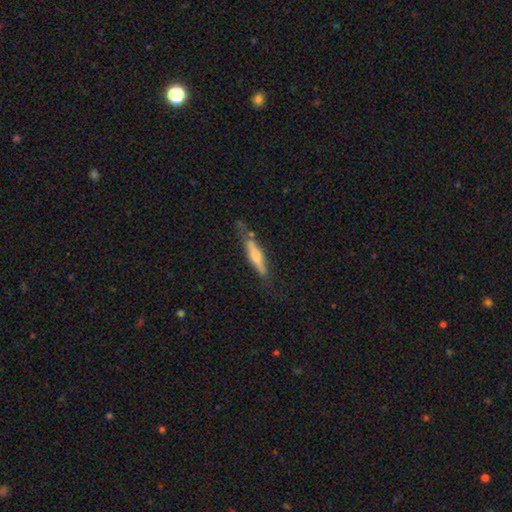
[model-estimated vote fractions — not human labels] Smooth or featured? smooth (56%)
How rounded? cigar-shaped (85%)
Merging? none (62%)